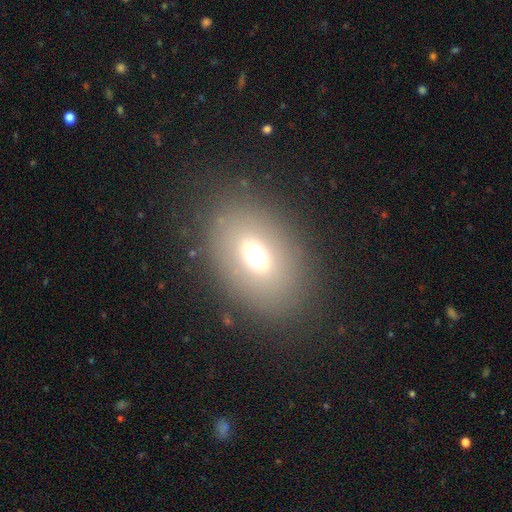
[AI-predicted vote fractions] This appears to be a smooth galaxy with no disk features (63%) that is in between round and cigar-shaped (72%). Merging: none (82%).